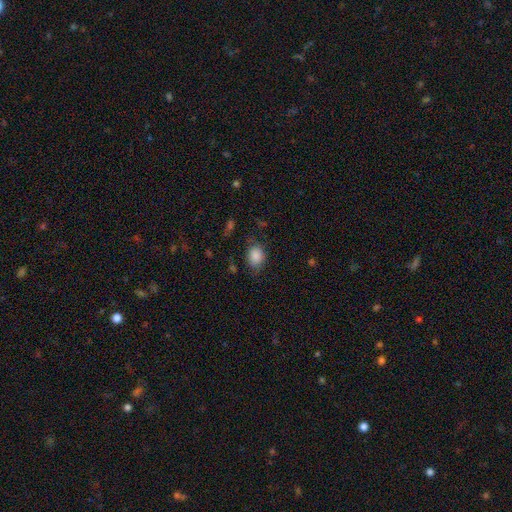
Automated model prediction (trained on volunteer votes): smooth 86%, star or artifact 8%, featured or disk 6%. Down the decision tree: how rounded — in between (59%); merging — none (67%).